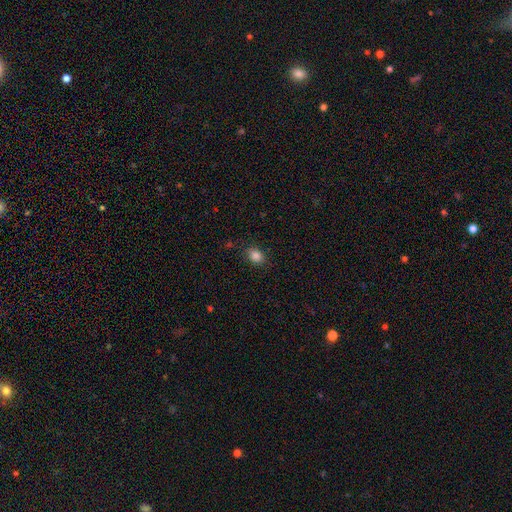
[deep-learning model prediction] A smooth galaxy with no disk features (85%) that is in between round and cigar-shaped (58%).

Vote fractions:
- Smooth or featured? smooth: 85% / star or artifact: 11% / featured or disk: 4%
- How rounded? in between: 58% / round: 41% / cigar-shaped: 1%
- Merging? none: 84% / minor disturbance: 11% / major disturbance: 3% / merger: 1%